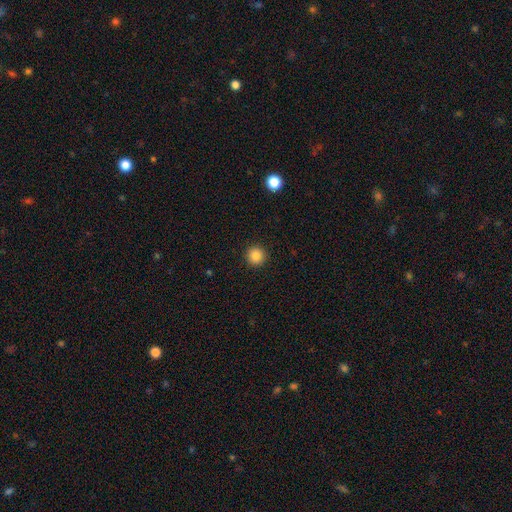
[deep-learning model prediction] This is clearly a smooth galaxy (85%). How rounded: clearly round (96%). Merging: clearly none (93%).